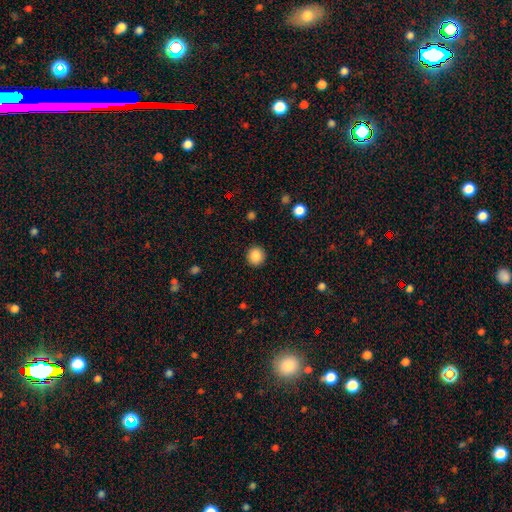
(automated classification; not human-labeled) Overall: smooth (87%). How rounded: round (91%). Merging: none (91%).